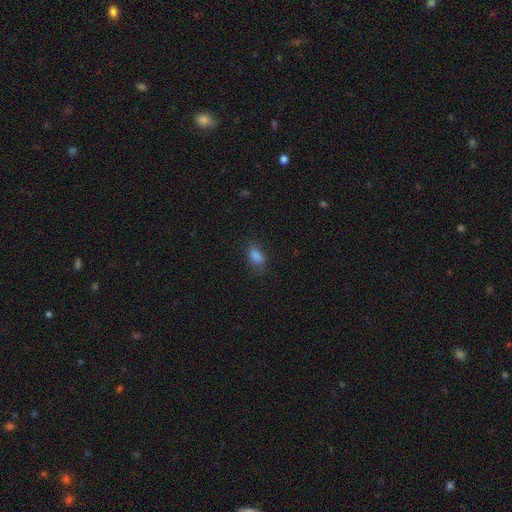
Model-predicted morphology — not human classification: Smooth or featured? Predicted: smooth (p=0.84). How rounded? Predicted: in between (p=0.86). Merging? Predicted: none (p=0.77).